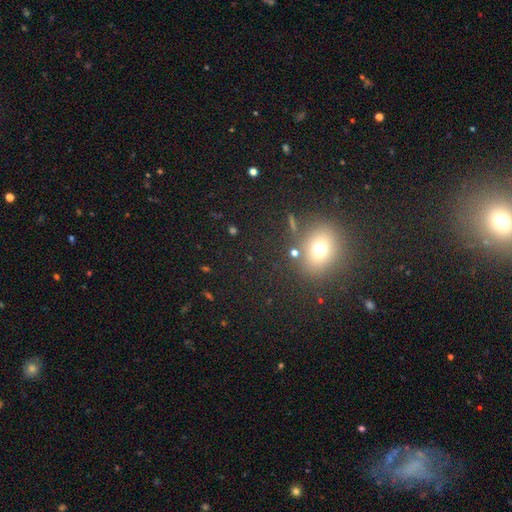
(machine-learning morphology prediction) This is possibly a smooth galaxy (46%). Merging: likely none (78%).